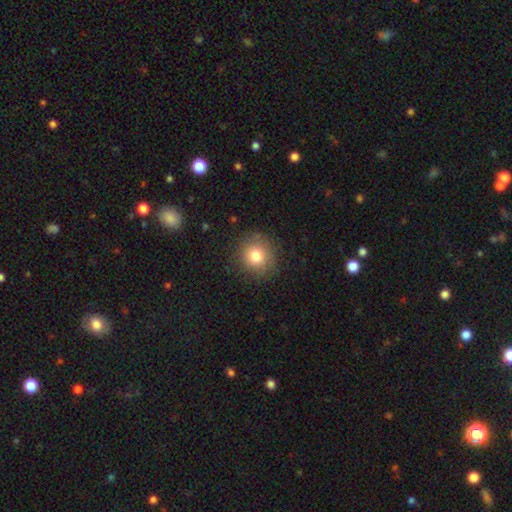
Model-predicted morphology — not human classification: Smooth or featured? smooth (79%)
How rounded? round (91%)
Merging? none (87%)